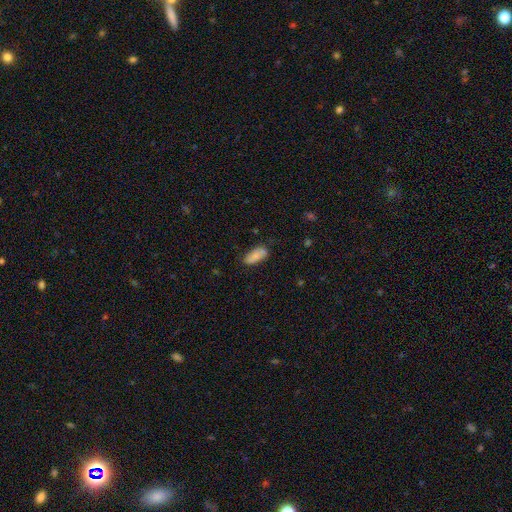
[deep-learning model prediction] Smooth or featured? smooth (77%)
How rounded? in between (86%)
Merging? none (76%)